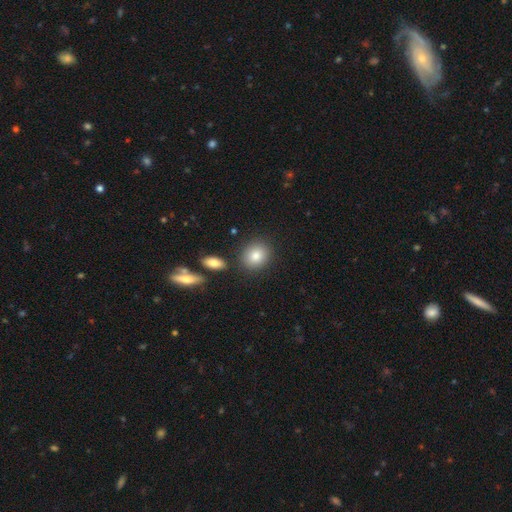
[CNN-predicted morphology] Smooth or featured: smooth — 83% (featured or disk — 9%)
How rounded: round — 60% (in between — 39%)
Merging: none — 82% (minor disturbance — 9%)